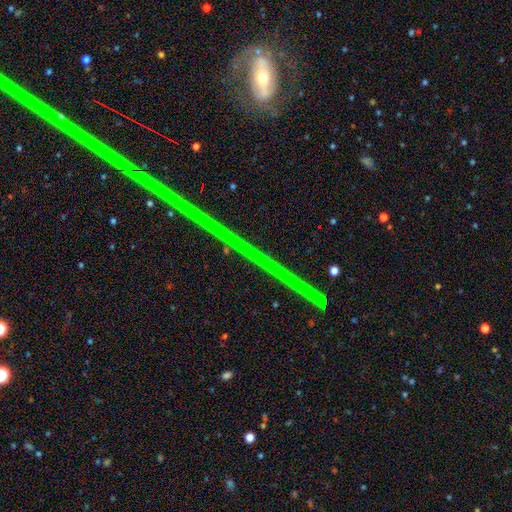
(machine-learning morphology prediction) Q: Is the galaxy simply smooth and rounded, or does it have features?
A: star or artifact — 80%.